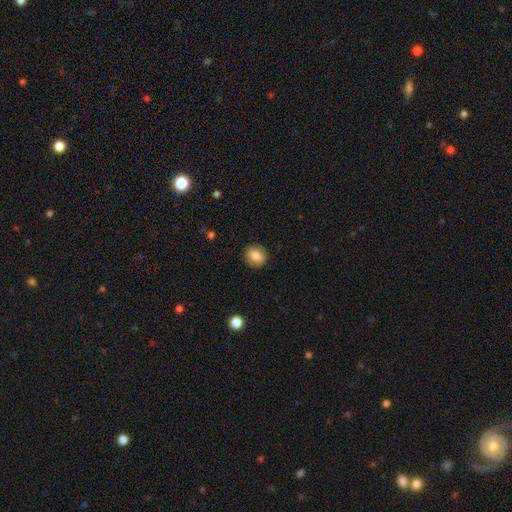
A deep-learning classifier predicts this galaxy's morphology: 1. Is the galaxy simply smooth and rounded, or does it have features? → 82% smooth, 10% featured or disk, 9% star or artifact.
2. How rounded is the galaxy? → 70% round, 29% in between, 1% cigar-shaped.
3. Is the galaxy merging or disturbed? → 89% none, 8% minor disturbance, 2% major disturbance, 1% merger.